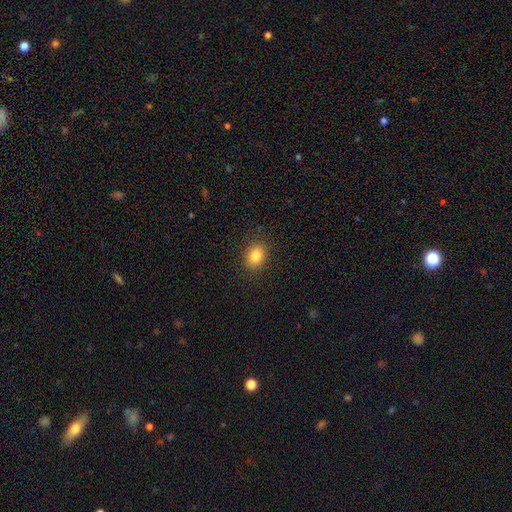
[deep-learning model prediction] Morphology: type=smooth (83%); roundness=in between (59%); merging=none (88%).